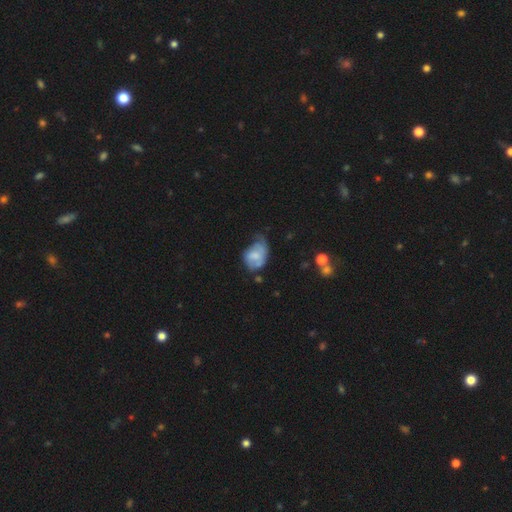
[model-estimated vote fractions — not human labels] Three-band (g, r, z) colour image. It shows a smooth galaxy with no disk features (49%). Merging: minor disturbance (37%).